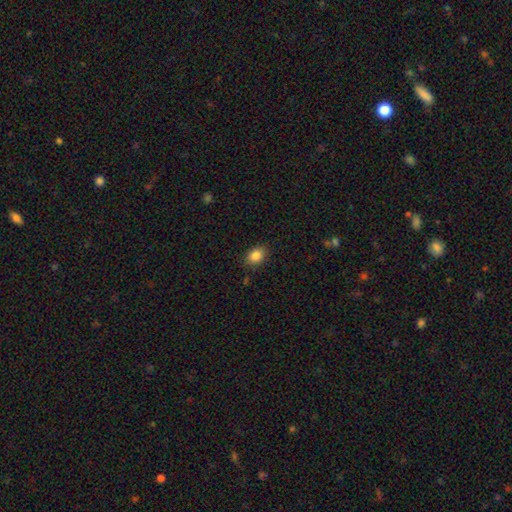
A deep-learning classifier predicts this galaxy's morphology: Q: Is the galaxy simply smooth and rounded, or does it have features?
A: smooth — 86%.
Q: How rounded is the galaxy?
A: in between — 69%.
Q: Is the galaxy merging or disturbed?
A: none — 85%.